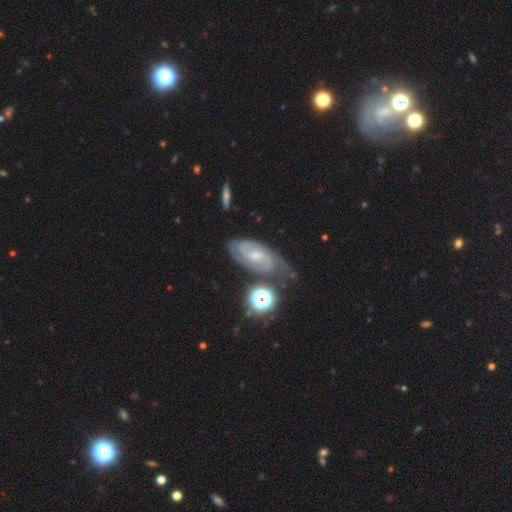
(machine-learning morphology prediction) This is clearly a featured or disk galaxy (81%). It is clearly not viewed edge-on (95%). Bar: possibly no (46%). Spiral arm pattern: clearly yes (96%). Spiral arm count: likely 2 (64%). Spiral winding: possibly tight (57%). Central bulge: likely small (65%). Merging: likely none (62%).